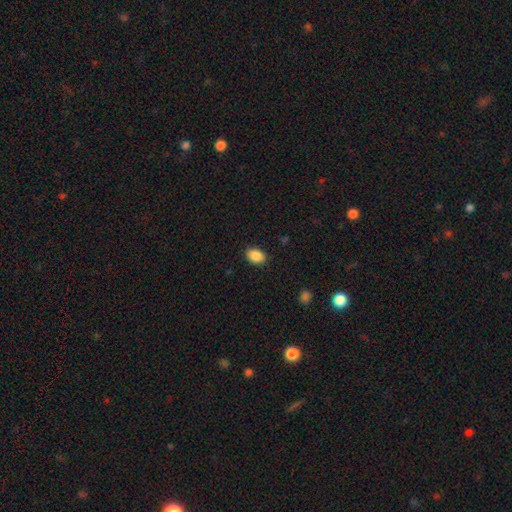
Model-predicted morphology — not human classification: type=smooth (89%); roundness=in between (79%); merging=none (88%).